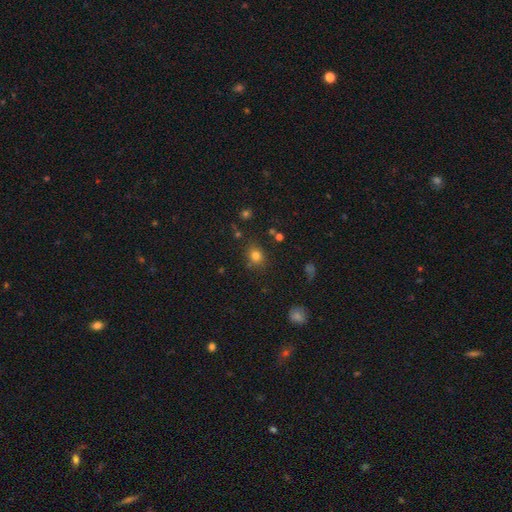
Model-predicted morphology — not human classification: The model was most divided on "how rounded": round: 66%, in between: 33%, cigar-shaped: 1%. More confident: merging — none (80%); smooth or featured — smooth (78%).